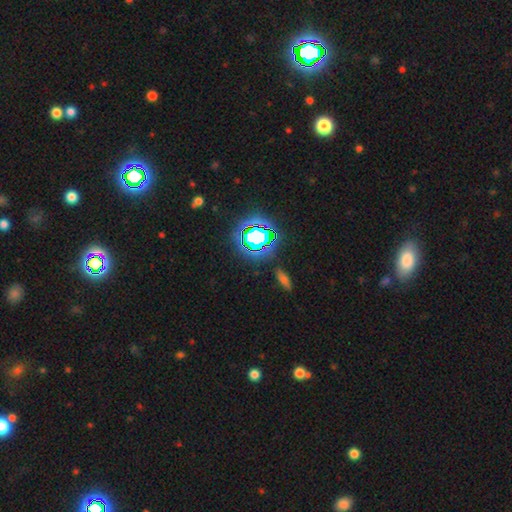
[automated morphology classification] Smooth or featured? Predicted: star or artifact (p=0.74).